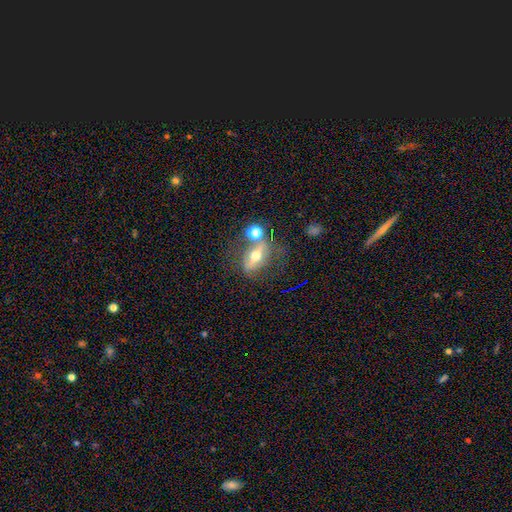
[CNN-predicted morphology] Overall: featured or disk (53%; smooth 35%). Edge-on disk: no (61%; yes 39%). Merging: none (53%; merger 22%).